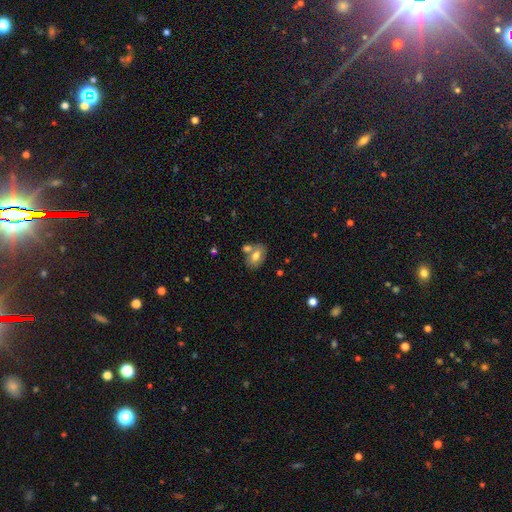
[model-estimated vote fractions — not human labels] Smooth or featured?
  - smooth: 69% *
  - featured or disk: 23%
  - star or artifact: 8%
How rounded?
  - in between: 85% *
  - round: 12%
  - cigar-shaped: 2%
Merging?
  - none: 54% *
  - merger: 30%
  - minor disturbance: 13%
  - major disturbance: 4%